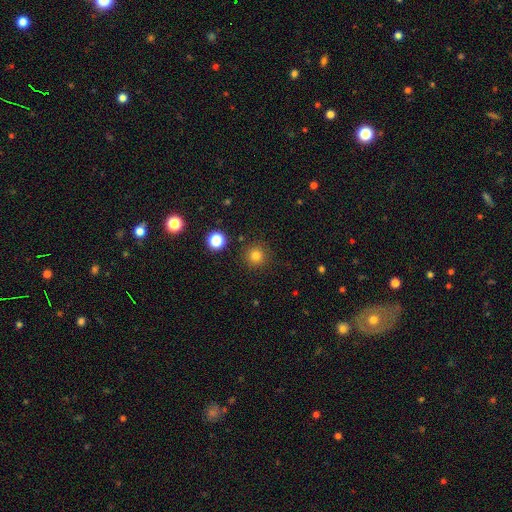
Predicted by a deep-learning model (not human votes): Overall: smooth (80%). How rounded: round (95%). Merging: none (90%).